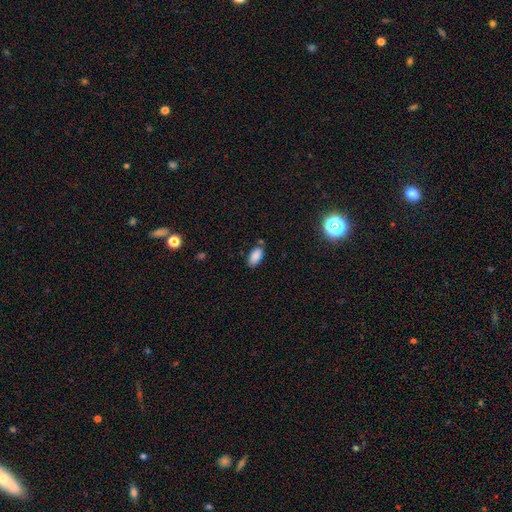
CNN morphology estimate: type=smooth (87%); roundness=in between (93%); merging=none (77%).